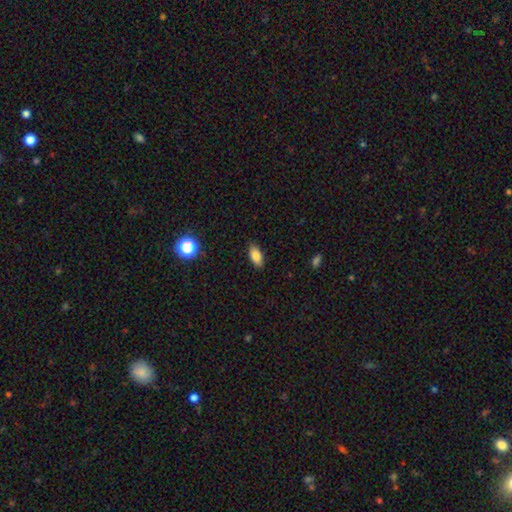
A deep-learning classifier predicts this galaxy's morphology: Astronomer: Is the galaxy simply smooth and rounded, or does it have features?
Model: smooth — 83%.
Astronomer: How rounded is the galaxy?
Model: in between — 88%.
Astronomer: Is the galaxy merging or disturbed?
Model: none — 86%.